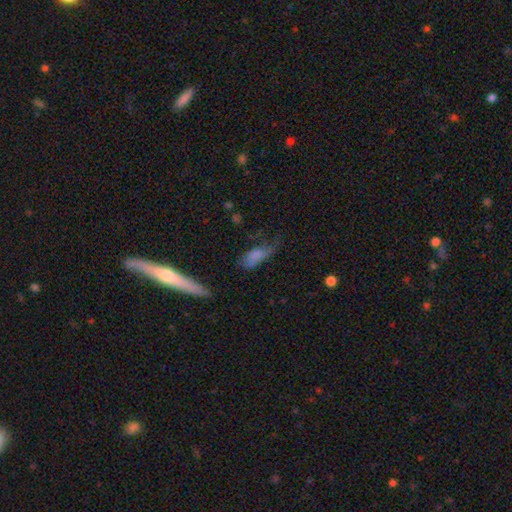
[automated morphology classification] A smooth galaxy with no disk features (71%) that is in between round and cigar-shaped (77%).

Vote fractions:
- Smooth or featured? smooth: 71% / featured or disk: 19% / star or artifact: 11%
- How rounded? in between: 77% / cigar-shaped: 19% / round: 5%
- Merging? major disturbance: 36% / none: 30% / minor disturbance: 30% / merger: 5%